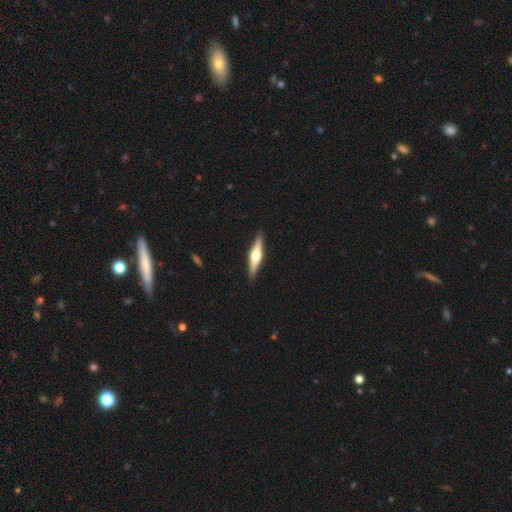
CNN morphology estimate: type=featured or disk (61%); edge-on=yes (96%); edge-on bulge=rounded (92%); merging=none (90%).